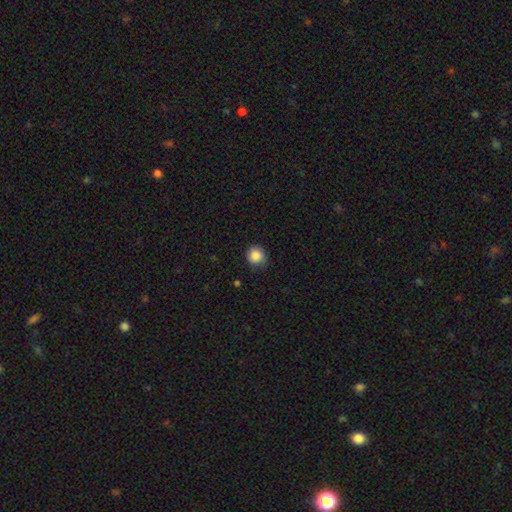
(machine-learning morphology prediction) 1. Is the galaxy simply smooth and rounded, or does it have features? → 87% smooth, 10% star or artifact, 4% featured or disk.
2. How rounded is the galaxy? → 91% round, 8% in between, 1% cigar-shaped.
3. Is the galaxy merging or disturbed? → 75% none, 20% minor disturbance, 4% major disturbance, 1% merger.